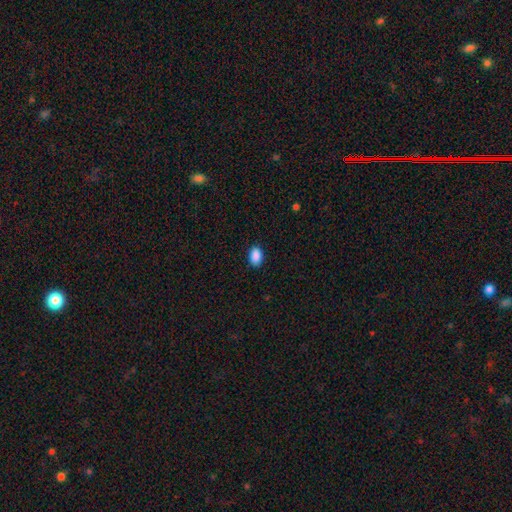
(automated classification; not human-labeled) A smooth galaxy with no disk features (90%) that is in between round and cigar-shaped (86%).

Vote fractions:
- Smooth or featured? smooth: 90% / star or artifact: 8% / featured or disk: 3%
- How rounded? in between: 86% / round: 12% / cigar-shaped: 1%
- Merging? none: 88% / minor disturbance: 9% / major disturbance: 2% / merger: 1%